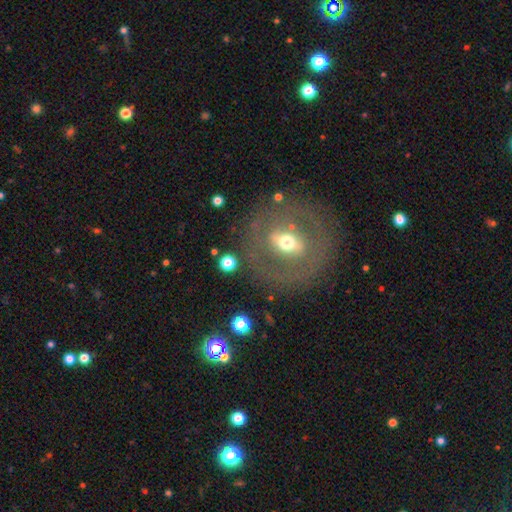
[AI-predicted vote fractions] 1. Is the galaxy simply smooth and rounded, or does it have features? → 63% featured or disk, 27% smooth, 11% star or artifact.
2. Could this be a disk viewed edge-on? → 91% no, 9% yes.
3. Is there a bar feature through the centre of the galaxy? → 38% weak, 34% no, 29% strong.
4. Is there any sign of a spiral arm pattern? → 69% no, 31% yes.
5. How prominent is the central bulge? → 63% moderate, 28% small, 6% large, 1% dominant, 1% none.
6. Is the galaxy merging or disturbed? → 79% none, 11% minor disturbance, 8% major disturbance, 2% merger.